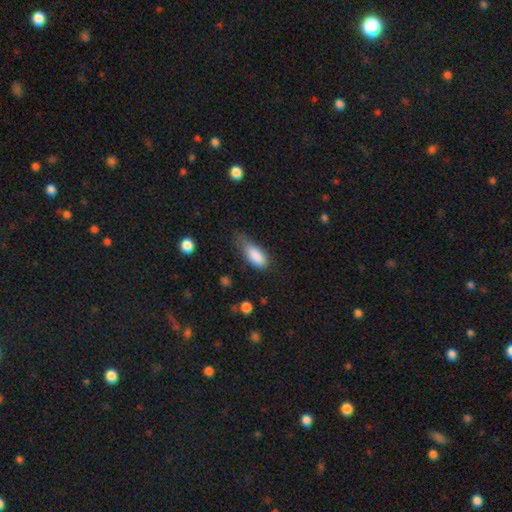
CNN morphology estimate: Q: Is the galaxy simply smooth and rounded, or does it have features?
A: smooth — 86%.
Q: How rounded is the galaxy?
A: in between — 84%.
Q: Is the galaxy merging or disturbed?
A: none — 41%.